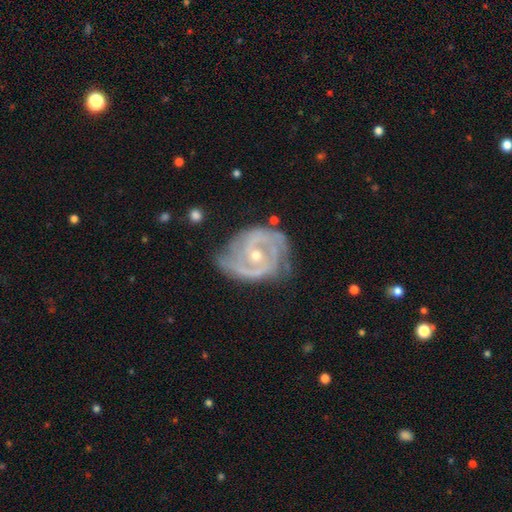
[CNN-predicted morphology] type=featured or disk (89%); edge-on=no (97%); bar=no (60%); spiral arms=yes (96%); winding=tight (55%); arm count=2 (61%); bulge=small (52%); merging=none (63%).